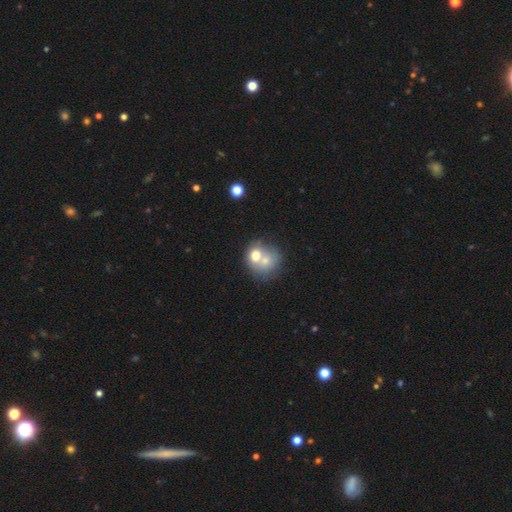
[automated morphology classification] Overall: smooth (65%; featured or disk 25%). How rounded: round (70%). Merging: merger (66%).